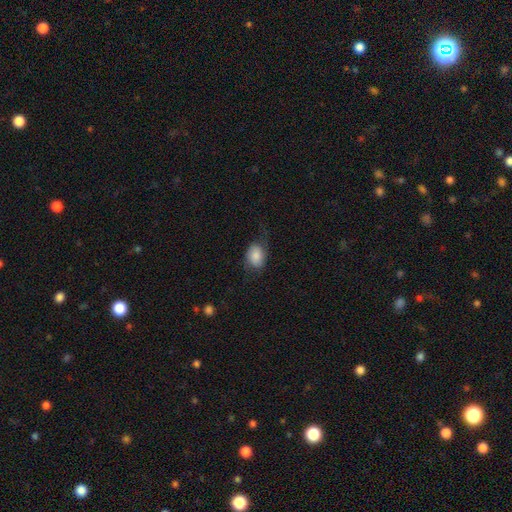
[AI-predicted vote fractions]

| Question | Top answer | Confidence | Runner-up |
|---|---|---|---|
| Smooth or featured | smooth | 76% | featured or disk (17%) |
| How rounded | in between | 74% | round (25%) |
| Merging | none | 57% | minor disturbance (26%) |